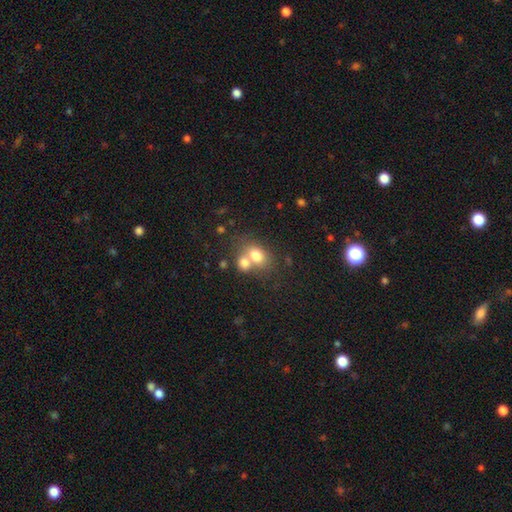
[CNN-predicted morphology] type=smooth (75%); roundness=in between (60%); merging=merger (52%).